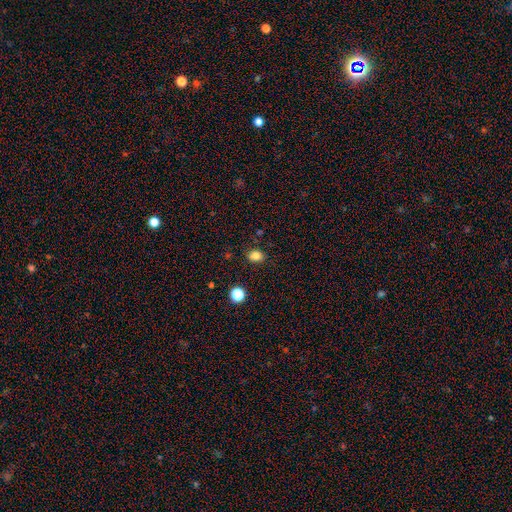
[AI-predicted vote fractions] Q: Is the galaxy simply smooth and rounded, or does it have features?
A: smooth — 81%.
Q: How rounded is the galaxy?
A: in between — 55%.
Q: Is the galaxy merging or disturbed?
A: none — 85%.